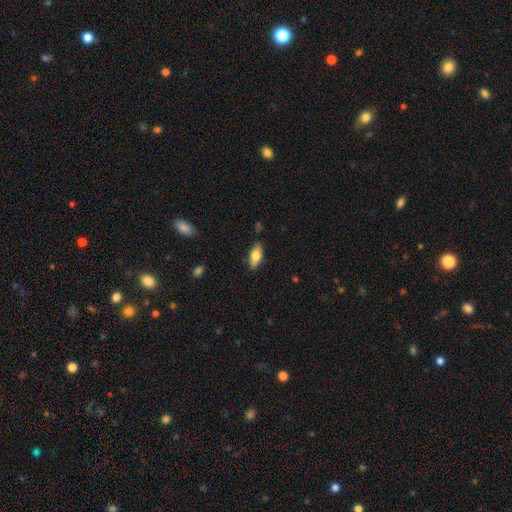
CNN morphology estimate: Overall: smooth (71%). How rounded: in between (81%). Merging: none (84%).